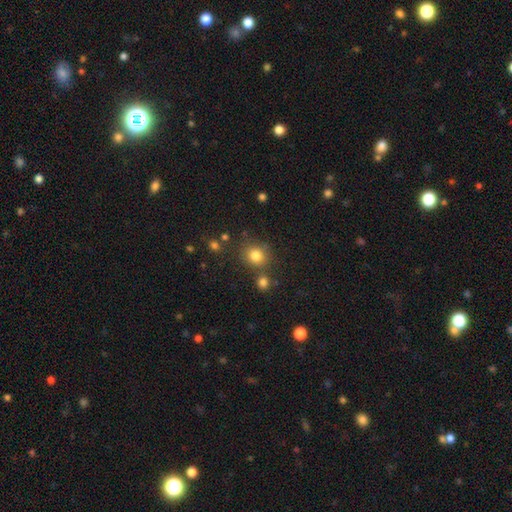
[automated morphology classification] A smooth galaxy with no disk features (81%) that is round (83%).

Vote fractions:
- Smooth or featured? smooth: 81% / star or artifact: 13% / featured or disk: 6%
- How rounded? round: 83% / in between: 16% / cigar-shaped: 1%
- Merging? none: 73% / merger: 13% / minor disturbance: 10% / major disturbance: 4%